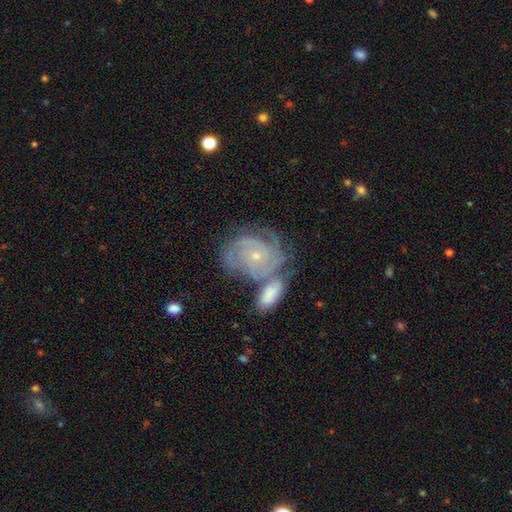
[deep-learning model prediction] Smooth or featured?
  - featured or disk: 86% *
  - smooth: 8%
  - star or artifact: 6%
Edge-on disk?
  - no: 97% *
  - yes: 3%
Bar?
  - no: 75% *
  - weak: 20%
  - strong: 5%
Spiral arms?
  - yes: 97% *
  - no: 3%
Spiral winding?
  - tight: 73% *
  - medium: 23%
  - loose: 4%
Spiral arm count?
  - 3: 32% *
  - 2: 23%
  - can't tell: 21%
  - 4: 13%
  - more than 4: 5%
  - 1: 5%
Bulge size?
  - small: 72% *
  - moderate: 24%
  - none: 2%
  - large: 1%
  - dominant: 1%
Merging?
  - none: 48% *
  - merger: 29%
  - minor disturbance: 16%
  - major disturbance: 8%